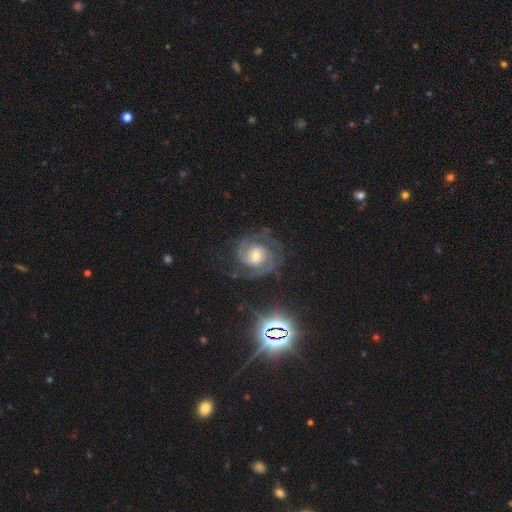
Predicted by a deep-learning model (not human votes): A featured or disk galaxy (83%) with no bar (52%), 2 (62%) tight (54%) spiral arms (97%) and a moderate central bulge (52%). Merging: none (71%).